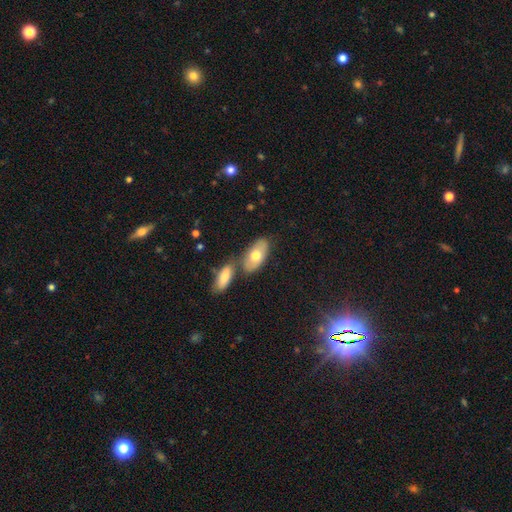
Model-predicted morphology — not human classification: smooth-or-featured: smooth: 68% | featured or disk: 26% | star or artifact: 6%
  how-rounded: in between: 91% | cigar-shaped: 5% | round: 4%
  merging: none: 58% | merger: 26% | minor disturbance: 12% | major disturbance: 4%